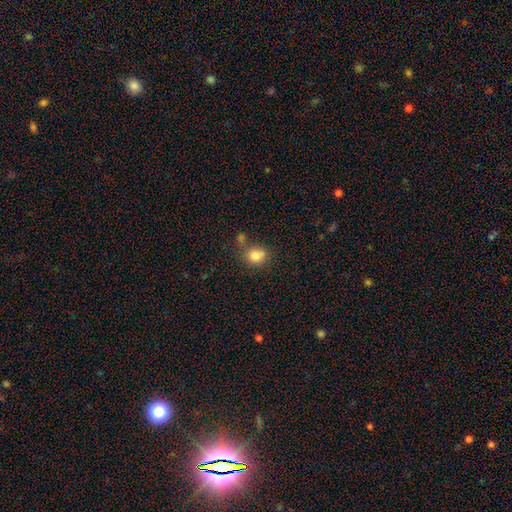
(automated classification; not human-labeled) Smooth or featured?
  - smooth: 82% *
  - star or artifact: 11%
  - featured or disk: 7%
How rounded?
  - round: 63% *
  - in between: 36%
  - cigar-shaped: 1%
Merging?
  - none: 53% *
  - minor disturbance: 20%
  - merger: 19%
  - major disturbance: 8%